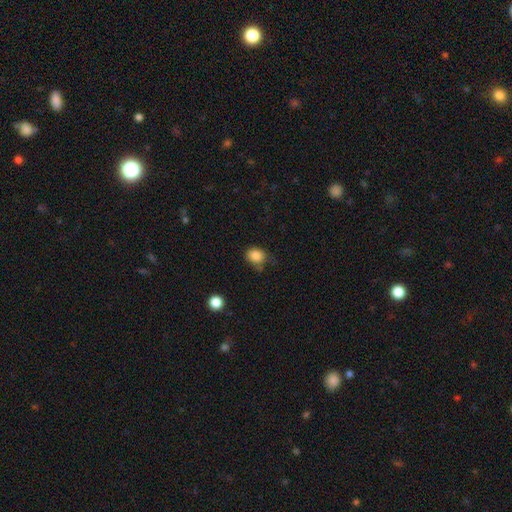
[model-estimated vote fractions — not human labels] Morphology: type=smooth (85%); roundness=round (60%); merging=none (62%).